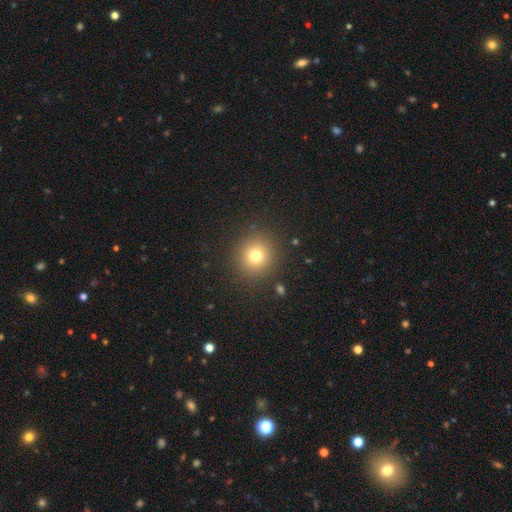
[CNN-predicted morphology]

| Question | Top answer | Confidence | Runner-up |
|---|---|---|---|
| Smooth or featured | smooth | 75% | star or artifact (15%) |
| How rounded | round | 92% | in between (7%) |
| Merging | none | 89% | minor disturbance (6%) |